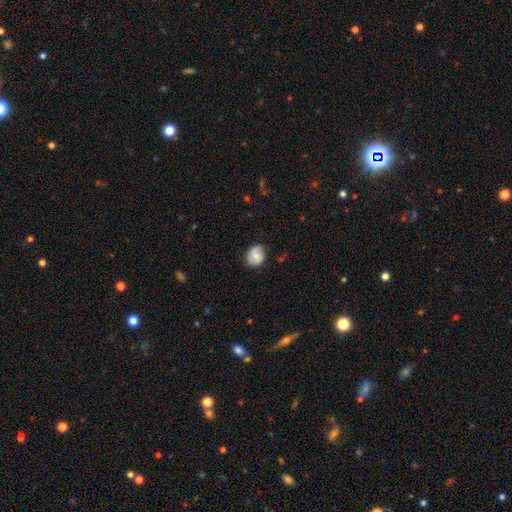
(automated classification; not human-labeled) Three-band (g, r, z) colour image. It shows a smooth galaxy with no disk features (62%) that is round (59%). Merging: none (70%).